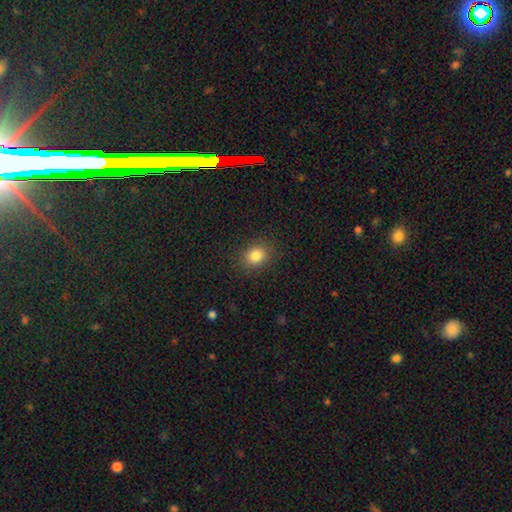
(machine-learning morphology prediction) A smooth galaxy with no disk features (84%) that is round (60%).

Vote fractions:
- Smooth or featured? smooth: 84% / star or artifact: 11% / featured or disk: 5%
- How rounded? round: 60% / in between: 39% / cigar-shaped: 1%
- Merging? none: 87% / minor disturbance: 9% / major disturbance: 3% / merger: 1%